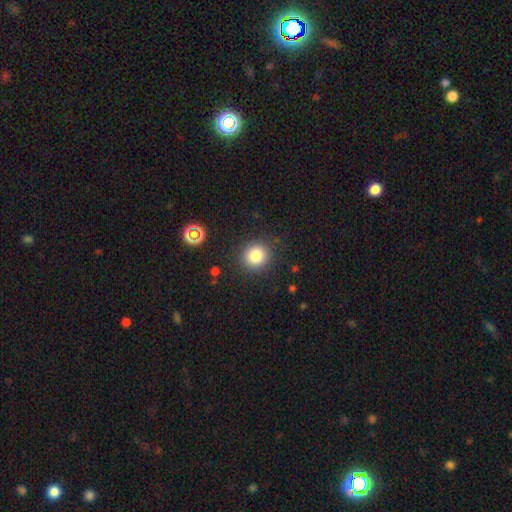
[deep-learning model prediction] Overall: smooth (81%). How rounded: round (90%). Merging: none (88%).